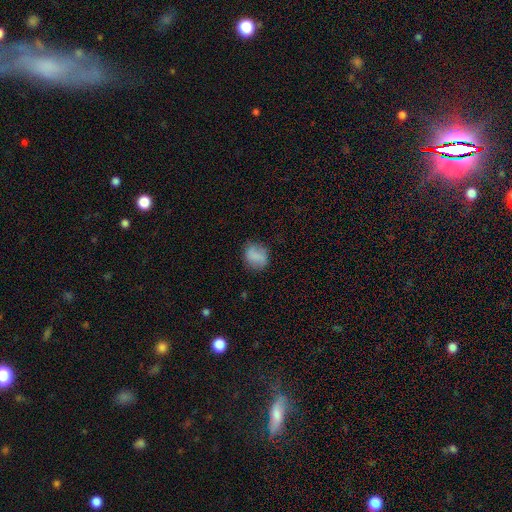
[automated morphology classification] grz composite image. It shows a smooth galaxy with no disk features (80%) that is round (57%). Merging: none (76%).